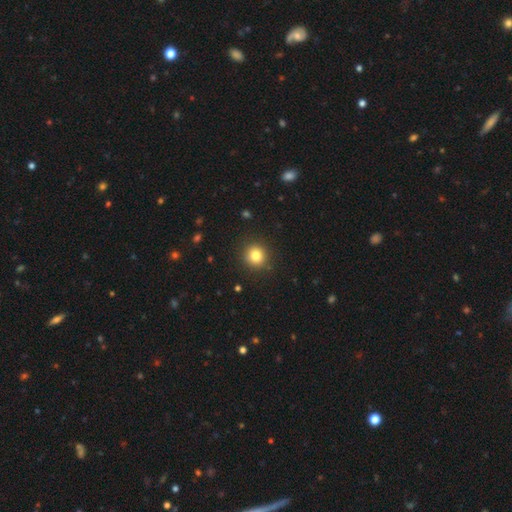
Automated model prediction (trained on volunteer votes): Smooth or featured?
  - smooth: 82% *
  - star or artifact: 12%
  - featured or disk: 7%
How rounded?
  - round: 91% *
  - in between: 8%
  - cigar-shaped: 1%
Merging?
  - none: 90% *
  - minor disturbance: 6%
  - major disturbance: 2%
  - merger: 1%